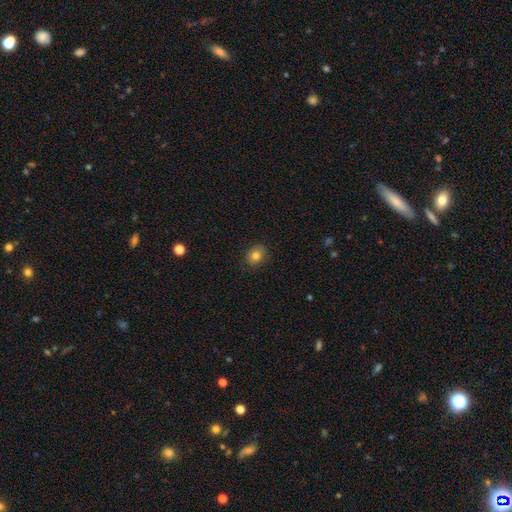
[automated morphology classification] Smooth or featured: smooth — 80% (star or artifact — 11%)
How rounded: round — 54% (in between — 45%)
Merging: none — 86% (minor disturbance — 10%)